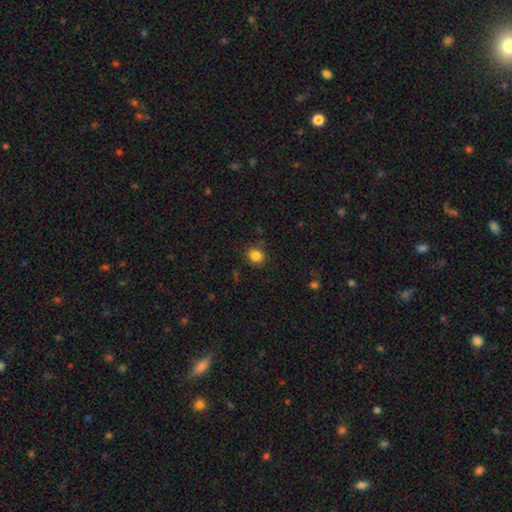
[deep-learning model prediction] Q: Smooth or featured?
A: smooth (84%); runner-up: star or artifact (11%)
Q: How rounded?
A: round (64%); runner-up: in between (35%)
Q: Merging?
A: none (83%); runner-up: minor disturbance (12%)